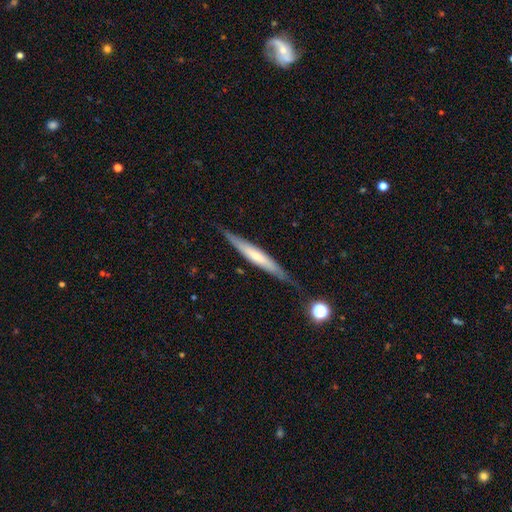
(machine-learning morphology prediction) Smooth or featured?
  - featured or disk: 51% *
  - smooth: 43%
  - star or artifact: 6%
Edge-on disk?
  - yes: 90% *
  - no: 10%
Merging?
  - none: 80% *
  - minor disturbance: 15%
  - major disturbance: 3%
  - merger: 2%